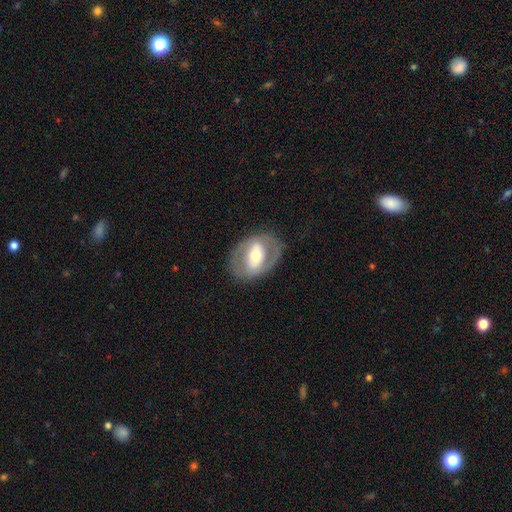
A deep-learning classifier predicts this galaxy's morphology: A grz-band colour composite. It shows a featured or disk galaxy (63%) with a strong bar (38%), no spiral arms (62%) and a moderate central bulge (61%). Merging: none (77%).